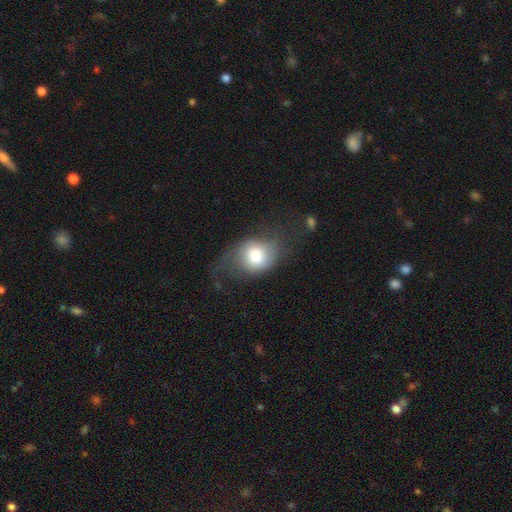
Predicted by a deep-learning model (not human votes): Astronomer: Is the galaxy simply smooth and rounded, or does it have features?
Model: smooth — 67%.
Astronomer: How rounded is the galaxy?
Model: round — 50% (runner-up: in between, 49%).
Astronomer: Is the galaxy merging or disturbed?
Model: none — 37% (runner-up: major disturbance, 34%).